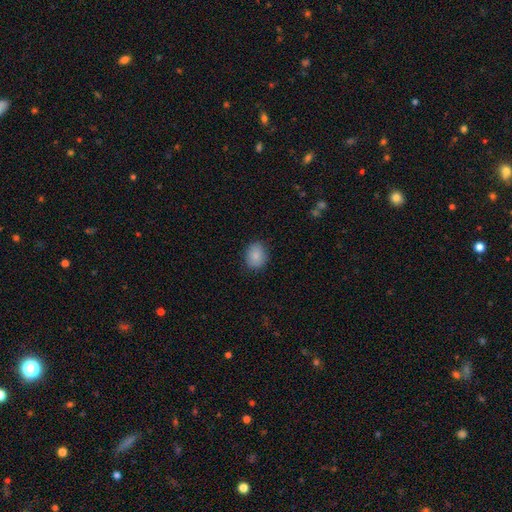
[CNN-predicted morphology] Q: Smooth or featured?
A: smooth (86%); runner-up: star or artifact (8%)
Q: How rounded?
A: in between (52%); runner-up: round (47%)
Q: Merging?
A: none (84%); runner-up: minor disturbance (12%)